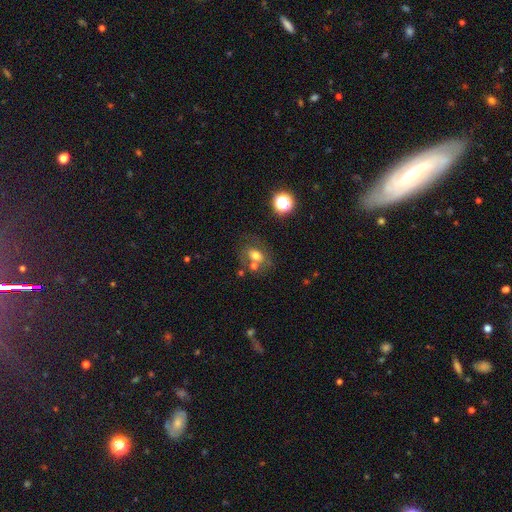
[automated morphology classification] Q: Smooth or featured?
A: smooth (56%); runner-up: featured or disk (27%)
Q: How rounded?
A: in between (60%); runner-up: round (38%)
Q: Merging?
A: none (52%); runner-up: merger (24%)